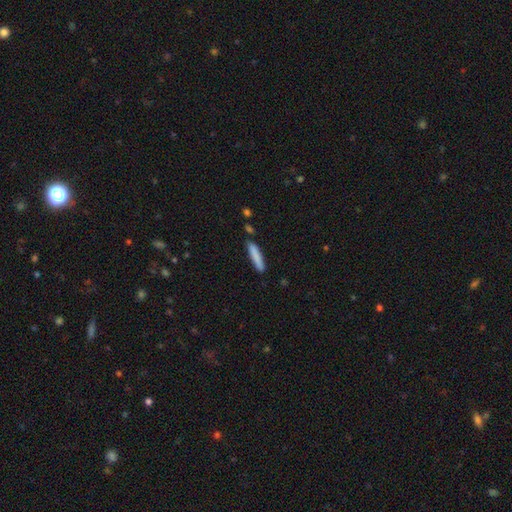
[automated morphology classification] smooth-or-featured: smooth: 84% | featured or disk: 10% | star or artifact: 6%
  how-rounded: cigar-shaped: 90% | in between: 9% | round: 1%
  merging: none: 82% | minor disturbance: 12% | merger: 3% | major disturbance: 2%